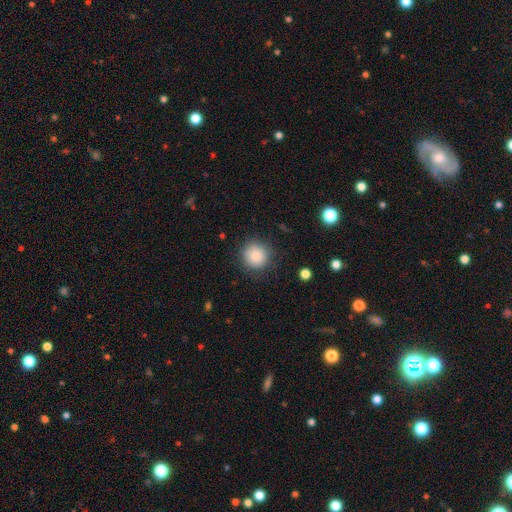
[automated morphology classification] Smooth or featured?
  - smooth: 87% *
  - star or artifact: 9%
  - featured or disk: 4%
How rounded?
  - round: 93% *
  - in between: 6%
  - cigar-shaped: 1%
Merging?
  - none: 85% *
  - minor disturbance: 10%
  - major disturbance: 4%
  - merger: 1%